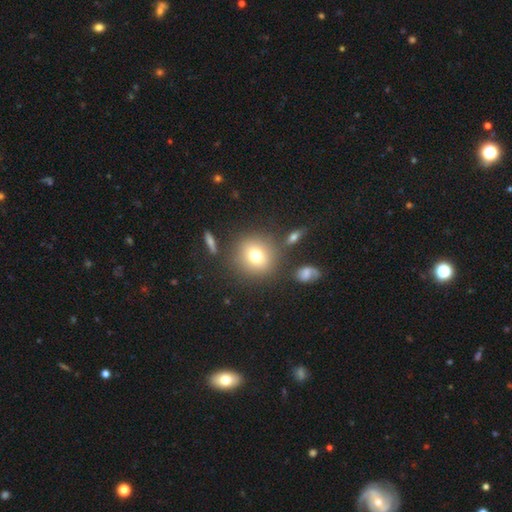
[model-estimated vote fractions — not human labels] A smooth galaxy with no disk features (75%) that is round (86%). Merging: none (80%).